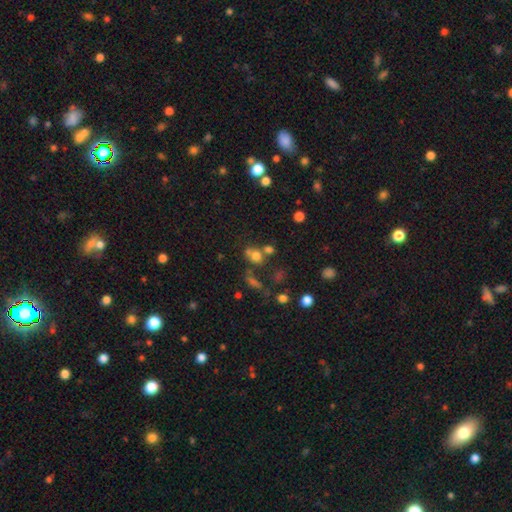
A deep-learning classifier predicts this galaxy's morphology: Smooth or featured? smooth (69%)
How rounded? round (63%)
Merging? none (43%)